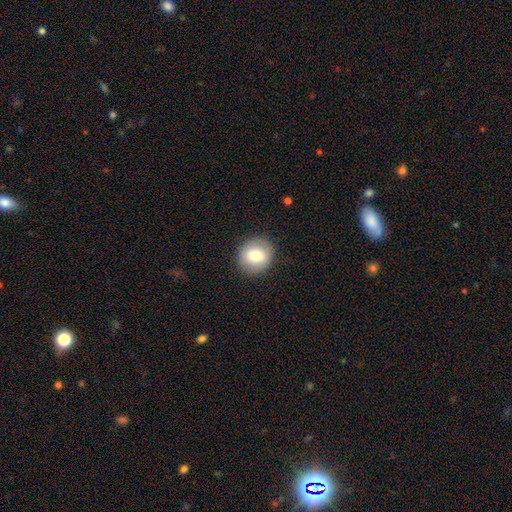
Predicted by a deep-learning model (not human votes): Smooth or featured: smooth — 78% (featured or disk — 13%)
How rounded: round — 89% (in between — 10%)
Merging: none — 89% (minor disturbance — 7%)